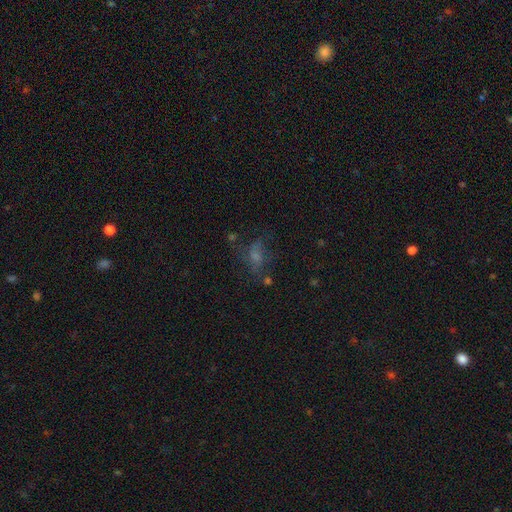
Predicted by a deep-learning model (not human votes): The model was most divided on "merging": none: 44%, major disturbance: 29%, minor disturbance: 22%, merger: 5%. Remaining: smooth or featured — smooth (48%).